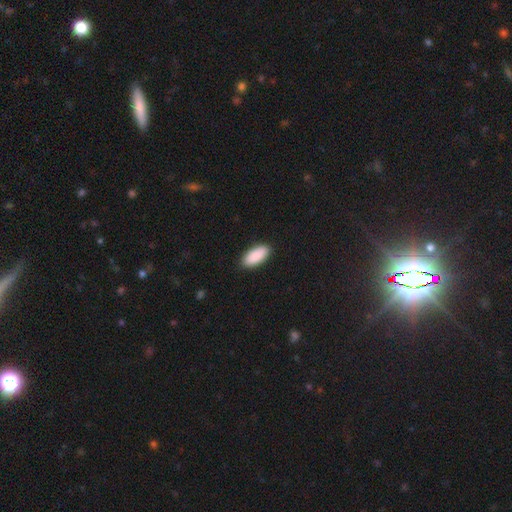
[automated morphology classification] Smooth or featured?
  - smooth: 91% *
  - star or artifact: 5%
  - featured or disk: 3%
How rounded?
  - in between: 90% *
  - cigar-shaped: 9%
  - round: 2%
Merging?
  - none: 89% *
  - minor disturbance: 8%
  - major disturbance: 2%
  - merger: 1%